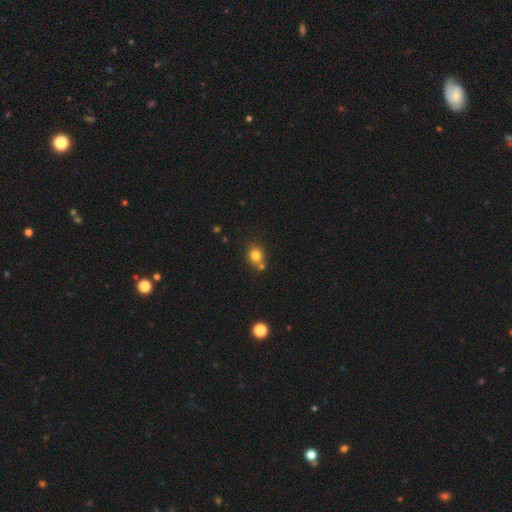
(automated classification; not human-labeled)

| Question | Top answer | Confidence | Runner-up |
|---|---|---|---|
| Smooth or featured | smooth | 80% | star or artifact (12%) |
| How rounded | round | 78% | in between (21%) |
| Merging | none | 65% | merger (20%) |